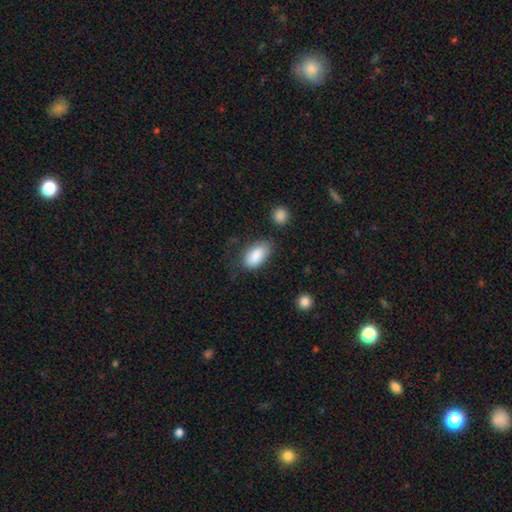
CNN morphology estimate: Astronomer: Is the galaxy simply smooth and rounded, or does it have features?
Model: smooth — 87%.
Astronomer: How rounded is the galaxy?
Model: in between — 94%.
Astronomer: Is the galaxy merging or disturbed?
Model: none — 65%.